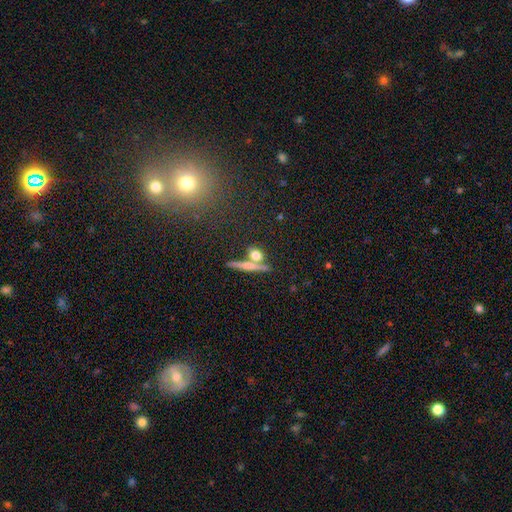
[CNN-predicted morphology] Q: Smooth or featured?
A: smooth (61%); runner-up: featured or disk (26%)
Q: How rounded?
A: cigar-shaped (38%); runner-up: round (37%)
Q: Merging?
A: none (63%); runner-up: merger (23%)